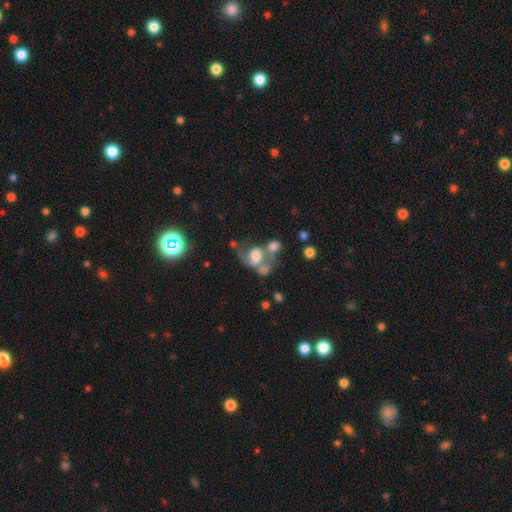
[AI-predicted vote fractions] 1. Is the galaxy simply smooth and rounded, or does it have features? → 46% featured or disk, 42% smooth, 12% star or artifact.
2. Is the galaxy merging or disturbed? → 45% merger, 23% major disturbance, 20% none, 12% minor disturbance.